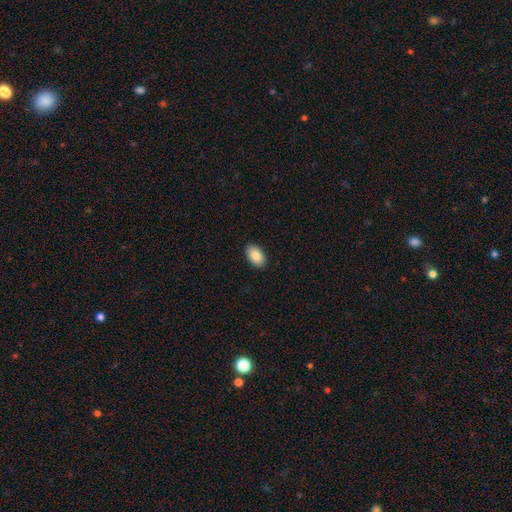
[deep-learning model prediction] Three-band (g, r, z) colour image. It shows a smooth galaxy with no disk features (87%) that is in between round and cigar-shaped (94%). Merging: none (90%).